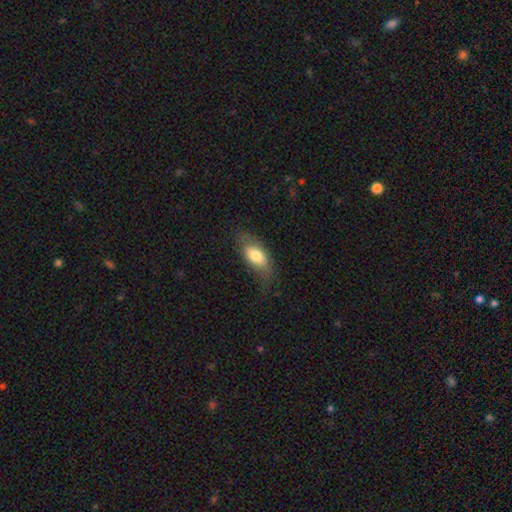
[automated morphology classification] Overall: smooth (72%). How rounded: in between (86%). Merging: none (58%; minor disturbance 27%).